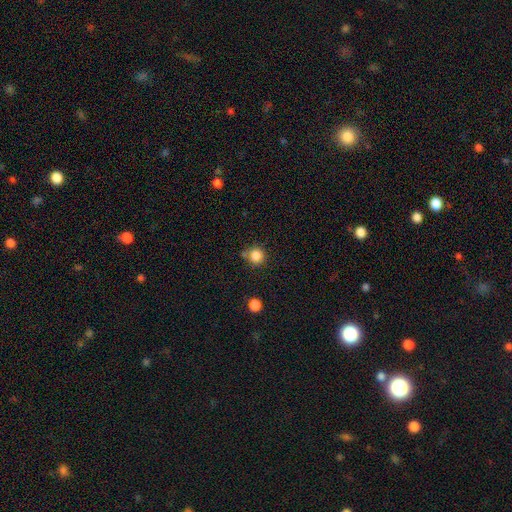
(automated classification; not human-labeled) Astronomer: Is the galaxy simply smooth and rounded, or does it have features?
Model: smooth — 84%.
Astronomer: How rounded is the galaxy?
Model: round — 93%.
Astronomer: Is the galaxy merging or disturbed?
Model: none — 74%.